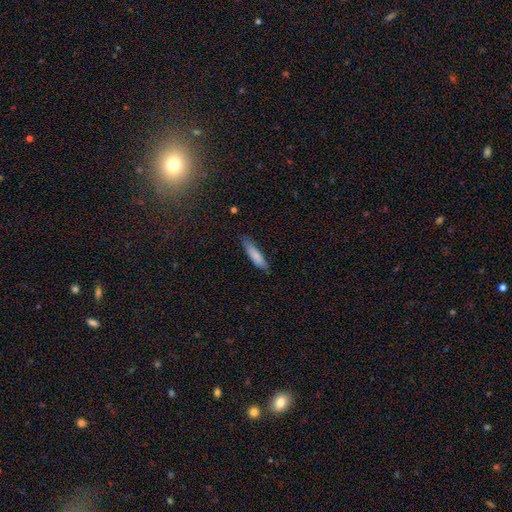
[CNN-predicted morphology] Smooth or featured? smooth (83%)
How rounded? cigar-shaped (72%)
Merging? none (77%)